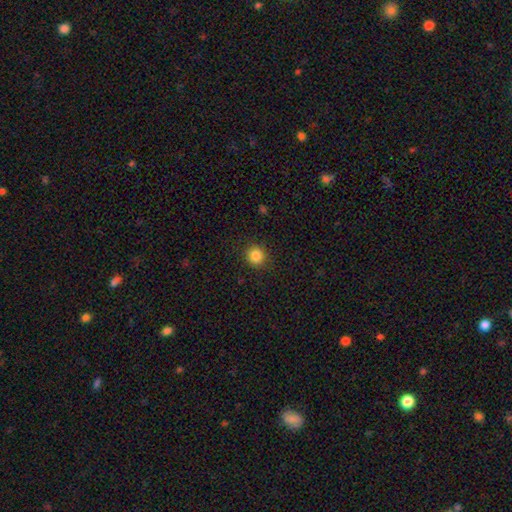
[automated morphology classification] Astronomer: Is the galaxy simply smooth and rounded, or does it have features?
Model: smooth — 86%.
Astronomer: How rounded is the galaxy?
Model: round — 90%.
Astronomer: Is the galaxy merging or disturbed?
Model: none — 91%.